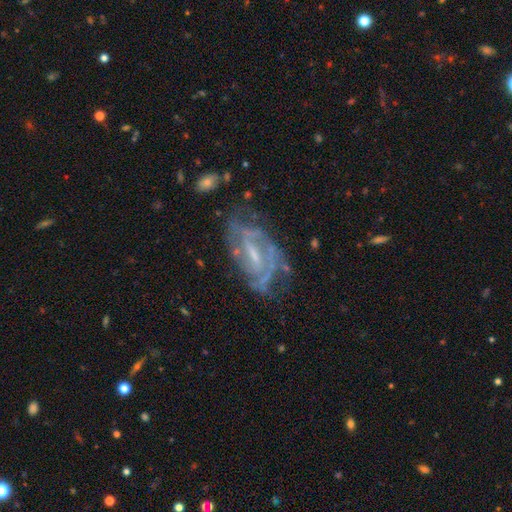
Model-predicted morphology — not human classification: featured or disk 81%, smooth 10%, star or artifact 9%. Down the decision tree: edge-on disk — no (94%); bar — weak (50%); spiral arms — yes (87%); spiral arm count — 2 (36%); spiral winding — tight (47%); bulge size — small (51%); merging — none (60%).